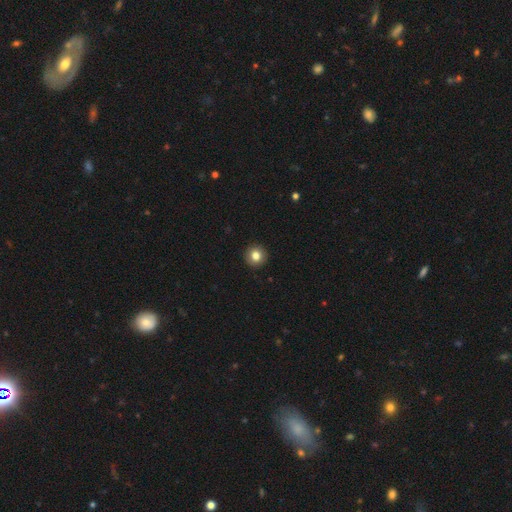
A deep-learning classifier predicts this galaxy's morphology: A smooth galaxy with no disk features (83%) that is round (95%). Merging: none (93%).